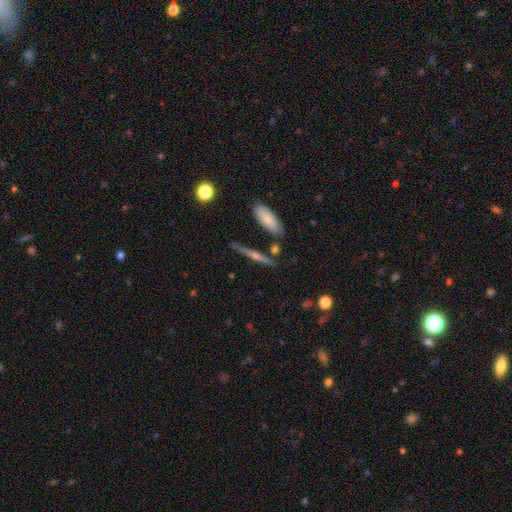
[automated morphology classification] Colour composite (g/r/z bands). It shows a featured or disk galaxy (66%) viewed edge-on (96%) with a rounded central bulge (85%). Merging: none (83%).